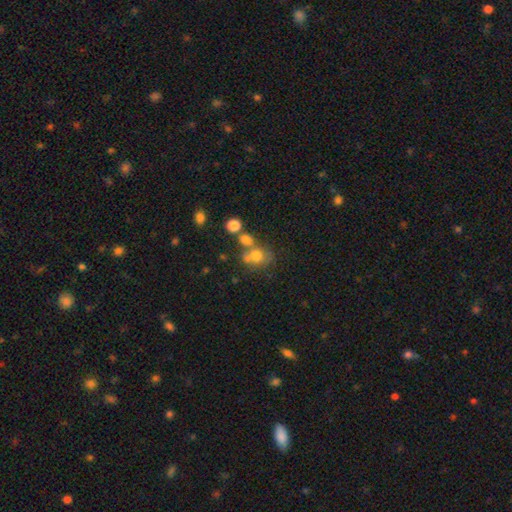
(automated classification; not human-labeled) smooth-or-featured: smooth: 69% | featured or disk: 16% | star or artifact: 14%
  how-rounded: round: 68% | in between: 31% | cigar-shaped: 1%
  merging: none: 43% | merger: 36% | minor disturbance: 13% | major disturbance: 8%